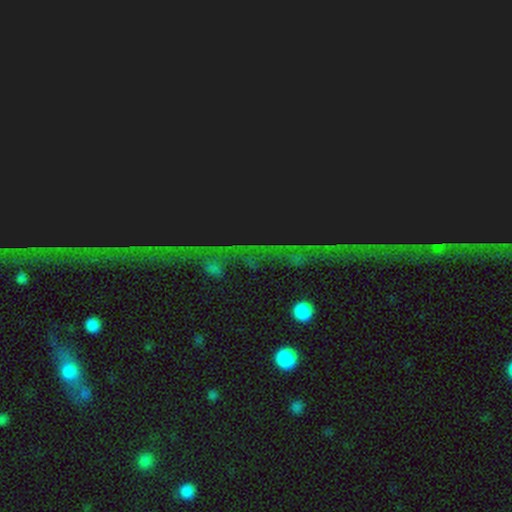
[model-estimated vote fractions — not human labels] star or artifact 75%, smooth 15%, featured or disk 11%.